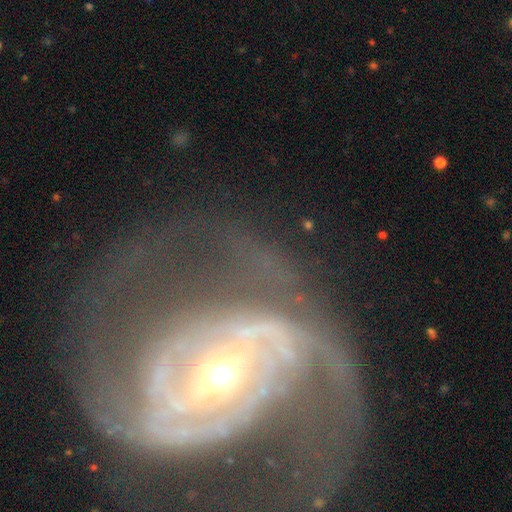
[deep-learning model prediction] smooth-or-featured: featured or disk: 80% | smooth: 10% | star or artifact: 10%
  disk-edge-on: no: 93% | yes: 7%
    bar: strong: 40% | weak: 31% | no: 29%
    has-spiral-arms: yes: 81% | no: 19%
      spiral-winding: tight: 43% | medium: 37% | loose: 20%
      spiral-arm-count: 2: 47% | can't tell: 25% | 3: 10% | 1: 7% | 4: 6% | more than 4: 5%
    bulge-size: moderate: 48% | small: 45% | large: 4% | dominant: 2% | none: 2%
  merging: none: 52% | major disturbance: 27% | minor disturbance: 16% | merger: 4%